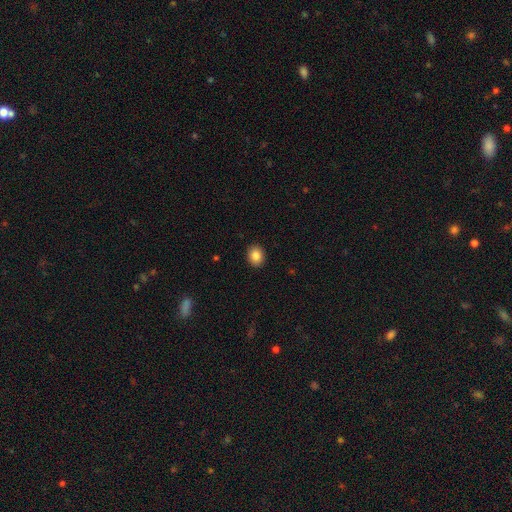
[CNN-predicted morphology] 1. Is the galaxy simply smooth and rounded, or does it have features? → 86% smooth, 9% star or artifact, 5% featured or disk.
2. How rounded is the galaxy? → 58% round, 42% in between, 1% cigar-shaped.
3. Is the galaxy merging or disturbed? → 91% none, 6% minor disturbance, 2% major disturbance, 1% merger.